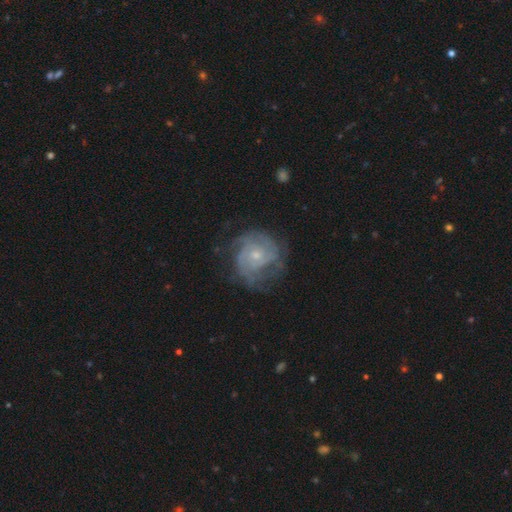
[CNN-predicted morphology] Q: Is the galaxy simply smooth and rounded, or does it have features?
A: featured or disk — 81%.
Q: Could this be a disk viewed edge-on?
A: no — 98%.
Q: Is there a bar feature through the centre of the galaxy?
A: no — 73%.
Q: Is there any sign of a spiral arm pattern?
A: yes — 91%.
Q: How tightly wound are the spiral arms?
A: tight — 58%.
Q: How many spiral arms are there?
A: can't tell — 35%.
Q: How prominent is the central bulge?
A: small — 67%.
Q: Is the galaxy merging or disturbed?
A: none — 63%.